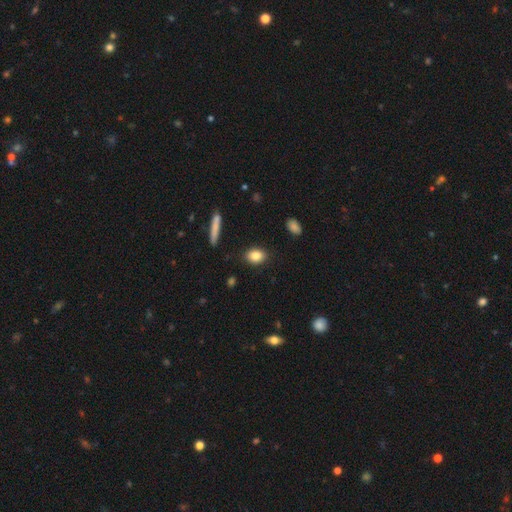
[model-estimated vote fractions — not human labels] A smooth galaxy with no disk features (85%) that is in between round and cigar-shaped (71%).

Vote fractions:
- Smooth or featured? smooth: 85% / star or artifact: 8% / featured or disk: 8%
- How rounded? in between: 71% / round: 26% / cigar-shaped: 4%
- Merging? none: 87% / minor disturbance: 9% / major disturbance: 2% / merger: 2%